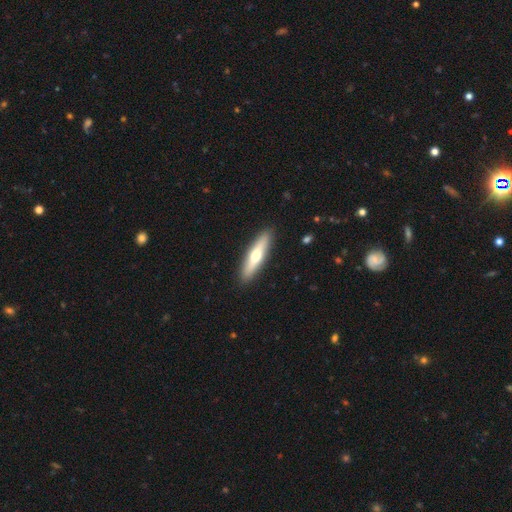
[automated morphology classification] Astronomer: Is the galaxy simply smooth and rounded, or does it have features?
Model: smooth — 51% (runner-up: featured or disk, 44%).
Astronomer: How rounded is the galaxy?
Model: cigar-shaped — 78%.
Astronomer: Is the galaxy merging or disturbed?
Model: none — 90%.